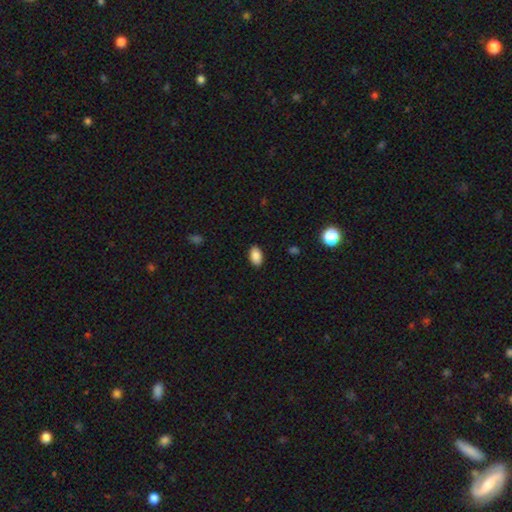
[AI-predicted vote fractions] Overall: smooth (88%). How rounded: in between (92%). Merging: none (89%).